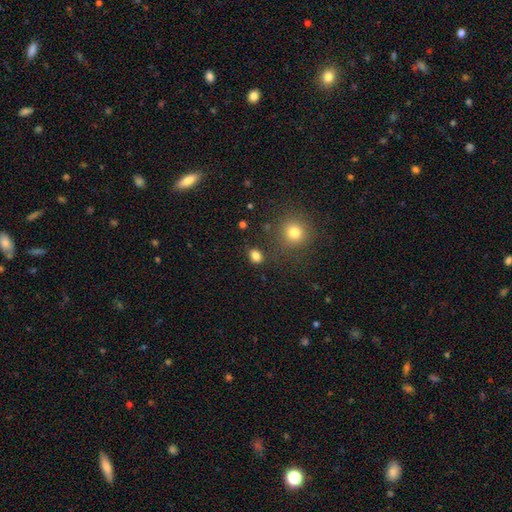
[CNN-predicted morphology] type=smooth (82%); roundness=in between (56%); merging=none (81%).